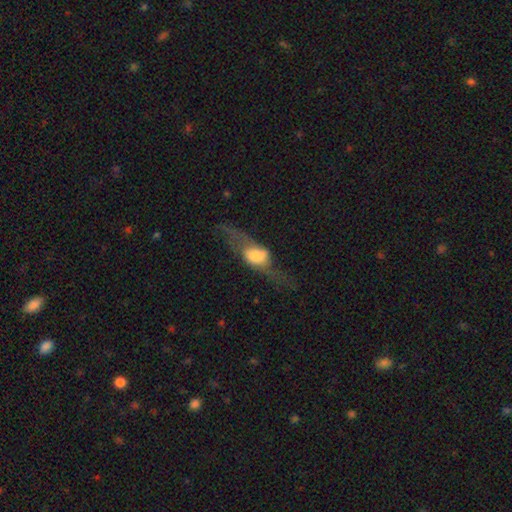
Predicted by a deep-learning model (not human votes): Smooth or featured?
  - featured or disk: 59% *
  - smooth: 33%
  - star or artifact: 7%
Edge-on disk?
  - no: 52% *
  - yes: 48%
Merging?
  - none: 40% *
  - major disturbance: 36%
  - minor disturbance: 21%
  - merger: 3%